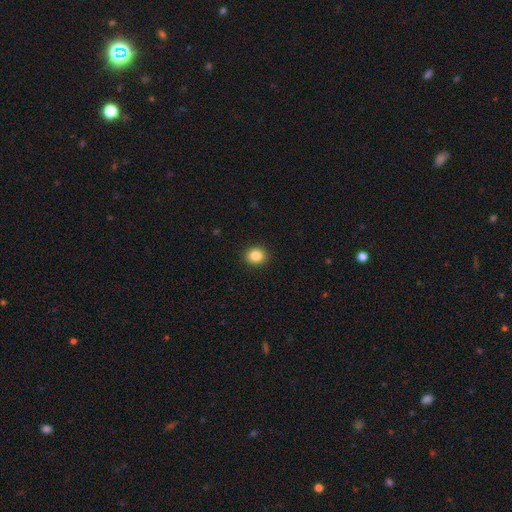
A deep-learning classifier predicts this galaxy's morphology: Smooth or featured?
  - smooth: 85% *
  - star or artifact: 10%
  - featured or disk: 5%
How rounded?
  - round: 72% *
  - in between: 27%
  - cigar-shaped: 1%
Merging?
  - none: 91% *
  - minor disturbance: 6%
  - major disturbance: 2%
  - merger: 1%